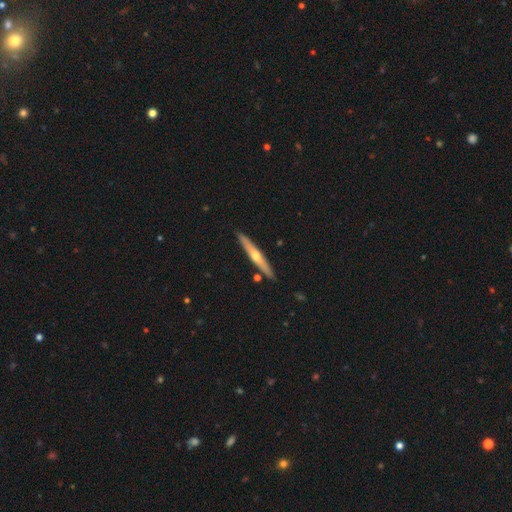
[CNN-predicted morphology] This is likely a featured or disk galaxy (63%). It is clearly viewed edge-on (96%). Edge-on bulge: clearly rounded (87%). Merging: clearly none (89%).